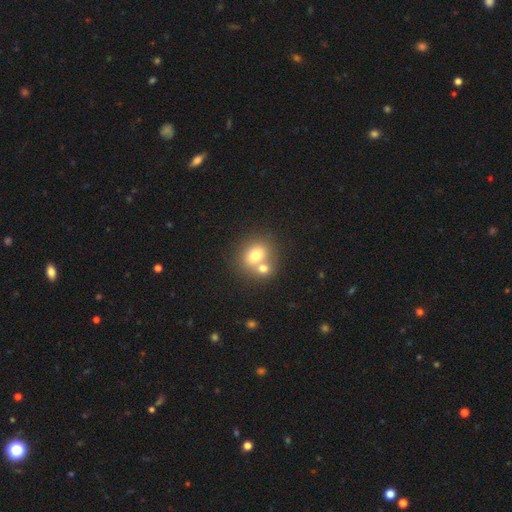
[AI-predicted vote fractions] Overall: smooth (73%). How rounded: round (63%; in between 36%). Merging: merger (49%; none 41%).